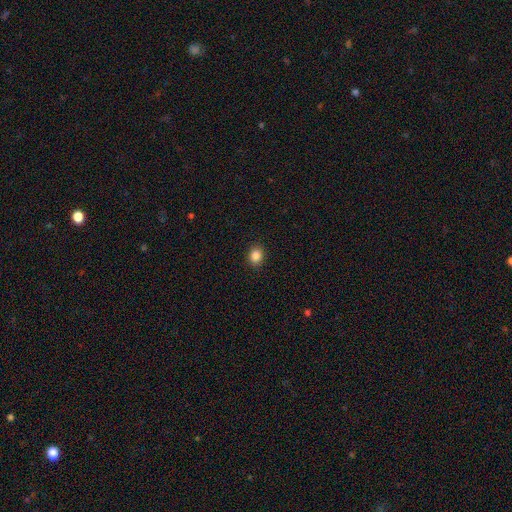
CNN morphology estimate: A smooth galaxy with no disk features (86%) that is round (63%). Merging: none (91%).